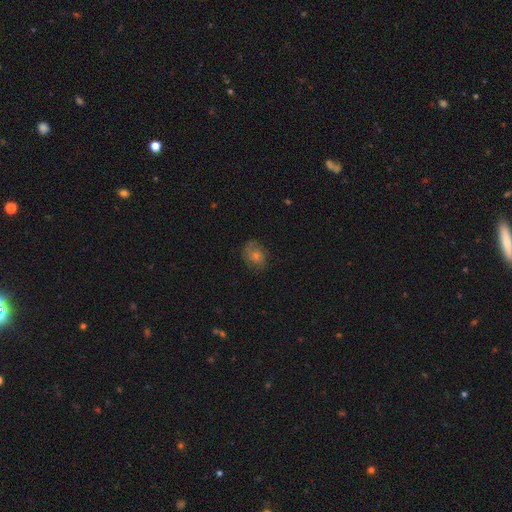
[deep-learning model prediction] smooth 47%, featured or disk 35%, star or artifact 17%. Down the decision tree: merging — none (72%).